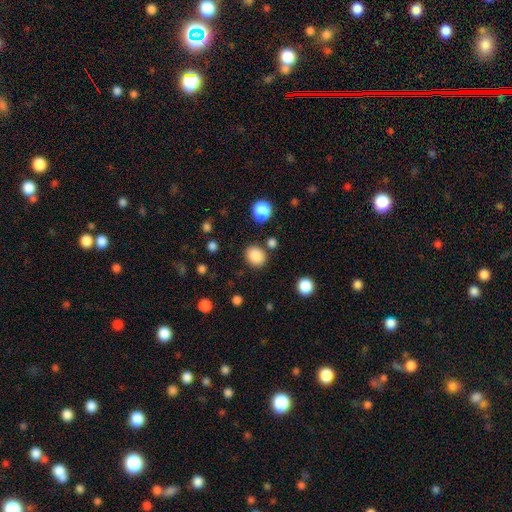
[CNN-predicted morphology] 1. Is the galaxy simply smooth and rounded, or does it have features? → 86% smooth, 10% star or artifact, 4% featured or disk.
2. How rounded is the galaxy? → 64% round, 35% in between, 1% cigar-shaped.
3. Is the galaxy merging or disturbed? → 83% none, 9% minor disturbance, 4% merger, 3% major disturbance.